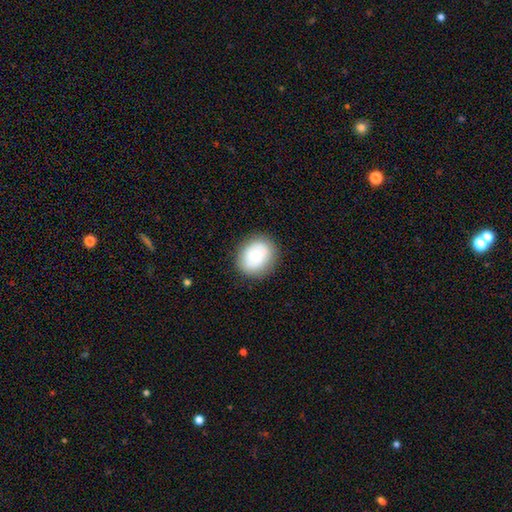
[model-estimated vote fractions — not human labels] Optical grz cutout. It shows a smooth galaxy with no disk features (73%) that is round (57%). Merging: none (83%).